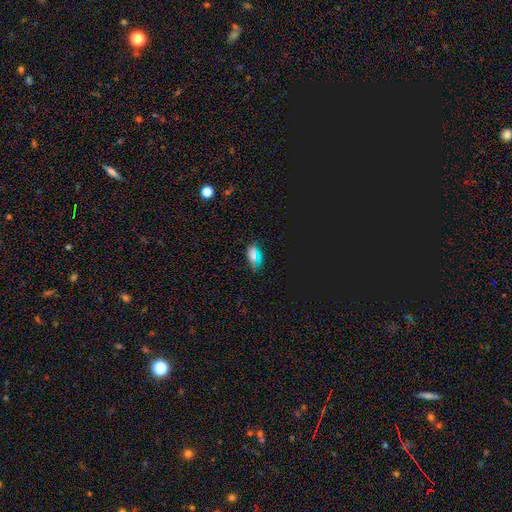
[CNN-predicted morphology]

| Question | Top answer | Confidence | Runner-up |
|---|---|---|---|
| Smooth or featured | smooth | 55% | star or artifact (35%) |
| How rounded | in between | 84% | round (10%) |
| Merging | none | 79% | minor disturbance (14%) |